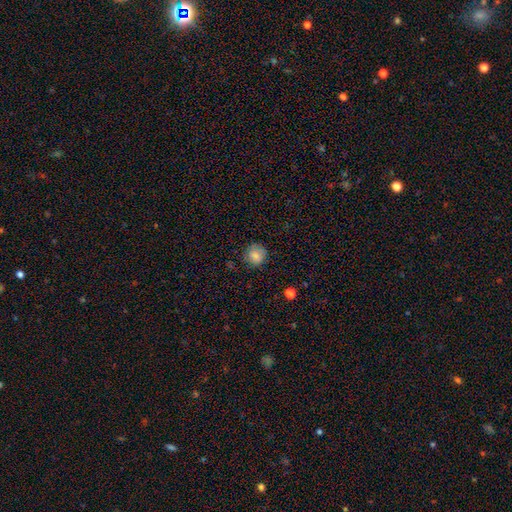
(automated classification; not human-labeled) The model was most divided on "merging": none: 80%, minor disturbance: 15%, major disturbance: 4%, merger: 1%. More confident: how rounded — round (88%); smooth or featured — smooth (83%).